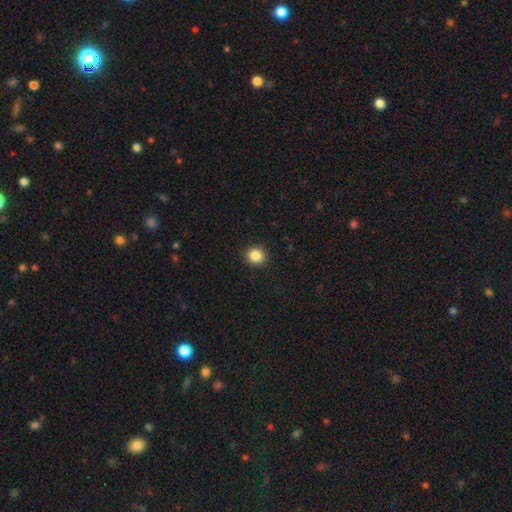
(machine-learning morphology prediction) Smooth or featured: smooth — 86% (star or artifact — 10%)
How rounded: round — 87% (in between — 12%)
Merging: none — 92% (minor disturbance — 6%)